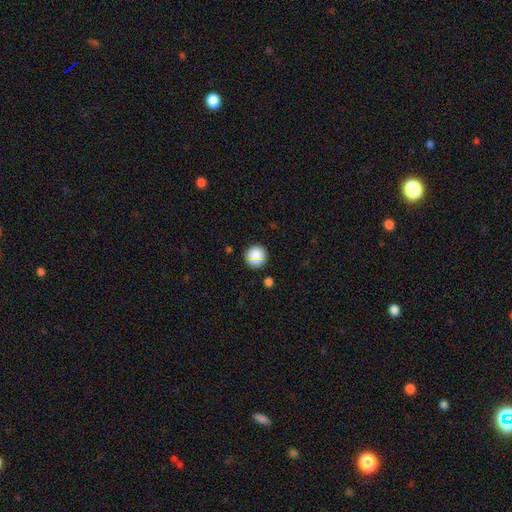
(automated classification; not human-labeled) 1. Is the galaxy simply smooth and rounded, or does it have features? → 82% smooth, 12% star or artifact, 6% featured or disk.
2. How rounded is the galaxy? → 94% round, 5% in between, 1% cigar-shaped.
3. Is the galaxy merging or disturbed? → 85% none, 10% minor disturbance, 3% merger, 2% major disturbance.